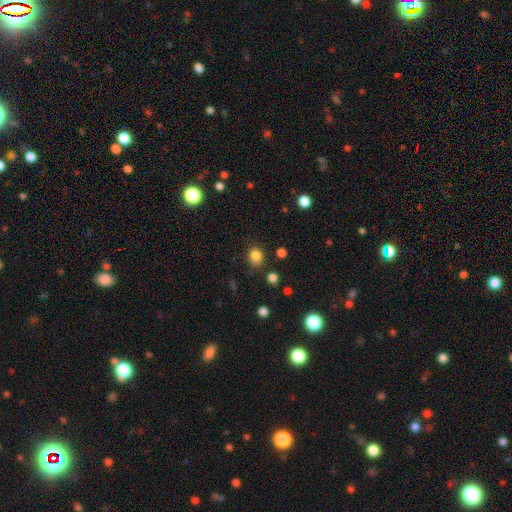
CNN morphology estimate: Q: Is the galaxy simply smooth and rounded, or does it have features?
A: smooth — 83%.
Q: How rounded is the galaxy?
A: round — 57%.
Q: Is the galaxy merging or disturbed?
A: none — 78%.